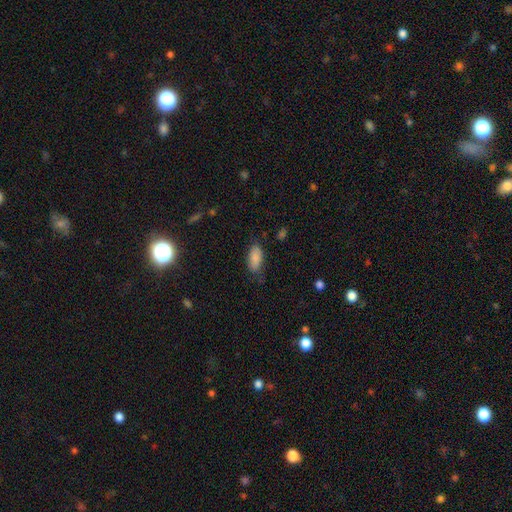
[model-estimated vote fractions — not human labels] Q: Smooth or featured?
A: smooth (87%); runner-up: star or artifact (7%)
Q: How rounded?
A: in between (90%); runner-up: cigar-shaped (7%)
Q: Merging?
A: none (74%); runner-up: minor disturbance (20%)